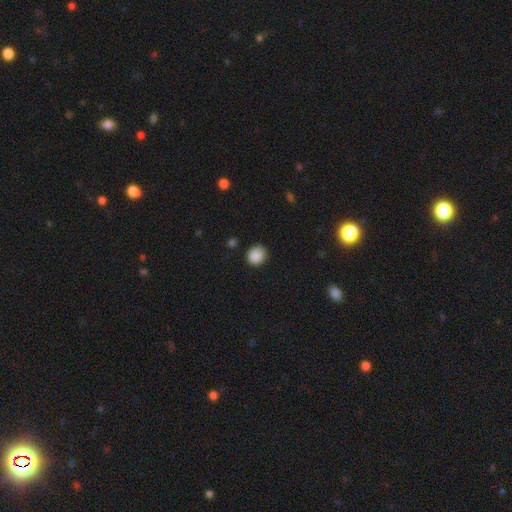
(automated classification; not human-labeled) Q: Smooth or featured?
A: smooth (88%); runner-up: star or artifact (9%)
Q: How rounded?
A: round (78%); runner-up: in between (21%)
Q: Merging?
A: none (85%); runner-up: minor disturbance (11%)